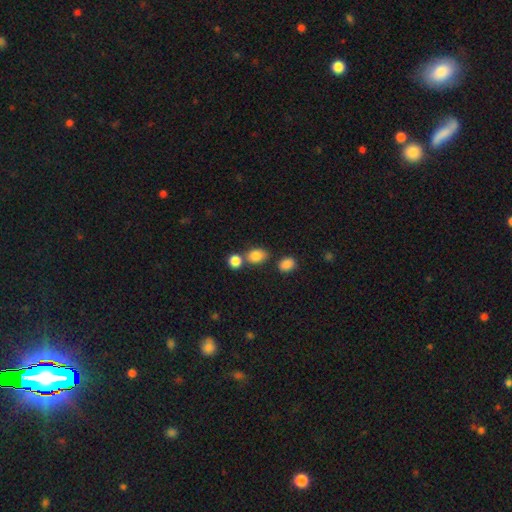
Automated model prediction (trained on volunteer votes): This appears to be a smooth galaxy with no disk features (83%) that is in between round and cigar-shaped (54%). Merging: none (58%).